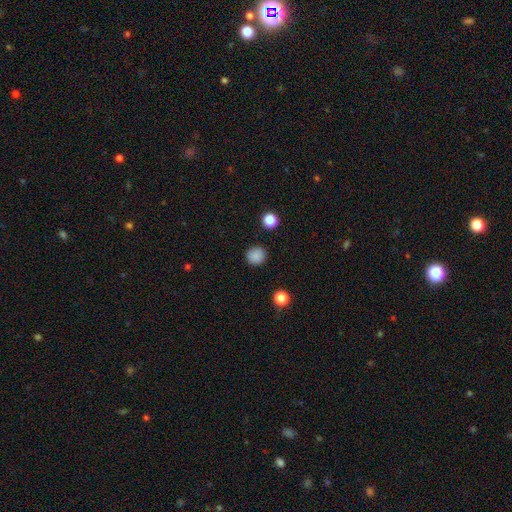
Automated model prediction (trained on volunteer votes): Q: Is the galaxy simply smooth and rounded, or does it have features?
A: smooth — 86%.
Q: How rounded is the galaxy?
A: round — 92%.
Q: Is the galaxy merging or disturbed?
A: none — 90%.